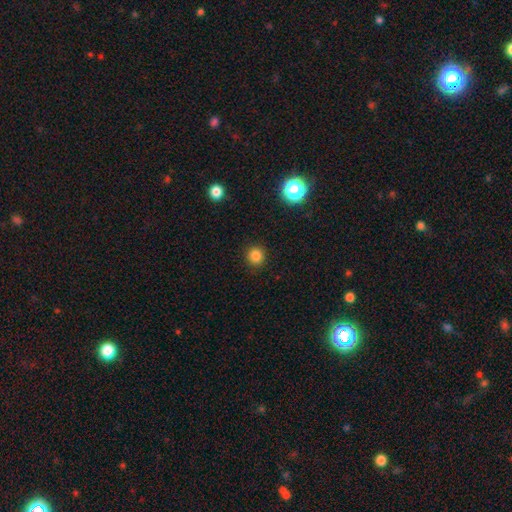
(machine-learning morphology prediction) Smooth or featured? smooth (83%)
How rounded? round (91%)
Merging? none (91%)